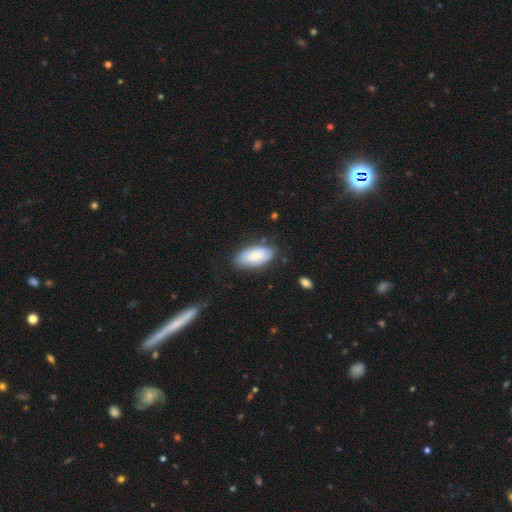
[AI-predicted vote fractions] This appears to be a smooth galaxy with no disk features (71%) that is in between round and cigar-shaped (93%). Merging: none (75%).